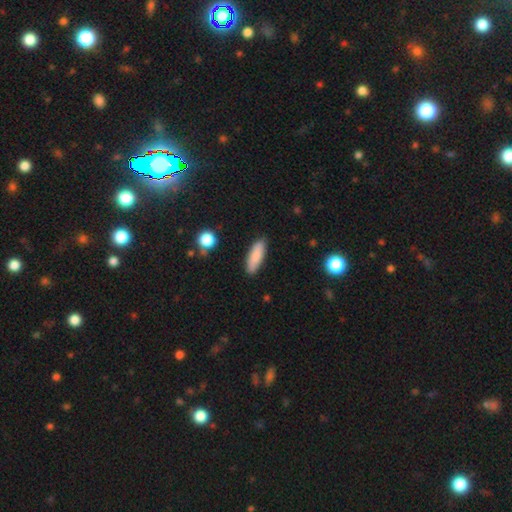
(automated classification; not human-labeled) Smooth or featured: smooth — 86% (featured or disk — 8%)
How rounded: in between — 54% (cigar-shaped — 44%)
Merging: none — 87% (minor disturbance — 10%)